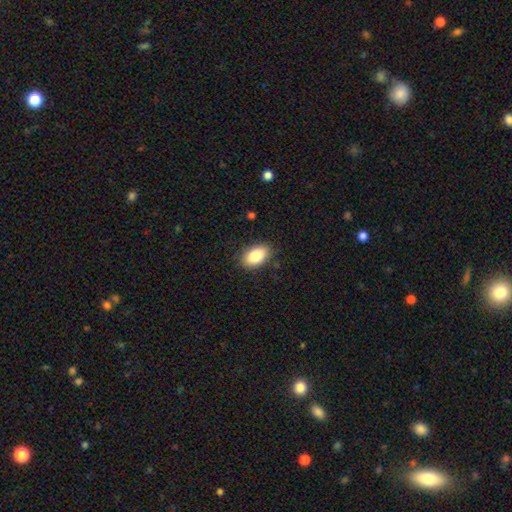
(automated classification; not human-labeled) Morphology: type=smooth (86%); roundness=in between (91%); merging=none (86%).